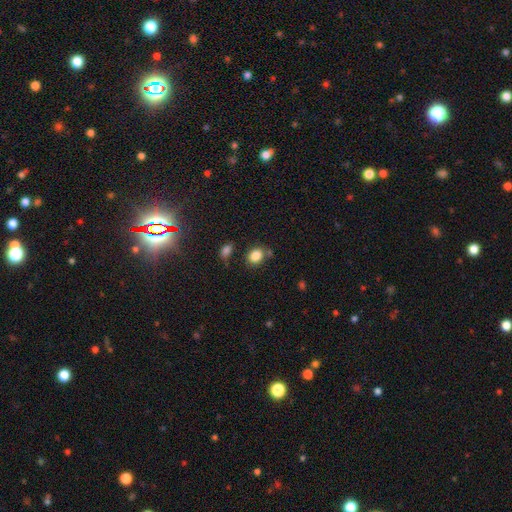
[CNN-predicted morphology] This is clearly a smooth galaxy (84%). How rounded: possibly in between (52%). Merging: likely none (72%).